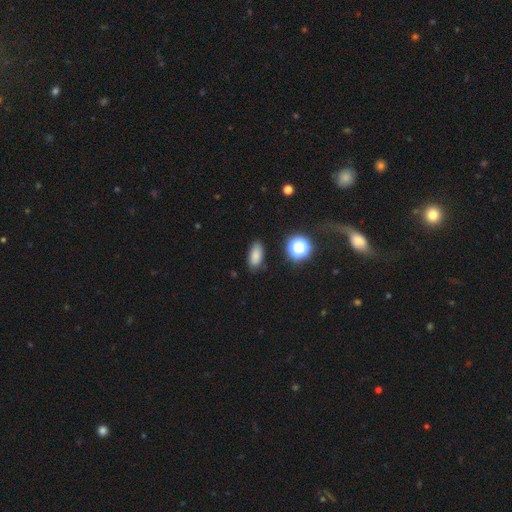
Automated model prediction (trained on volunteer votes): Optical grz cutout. It shows a smooth galaxy with no disk features (81%) that is in between round and cigar-shaped (88%). Merging: none (82%).